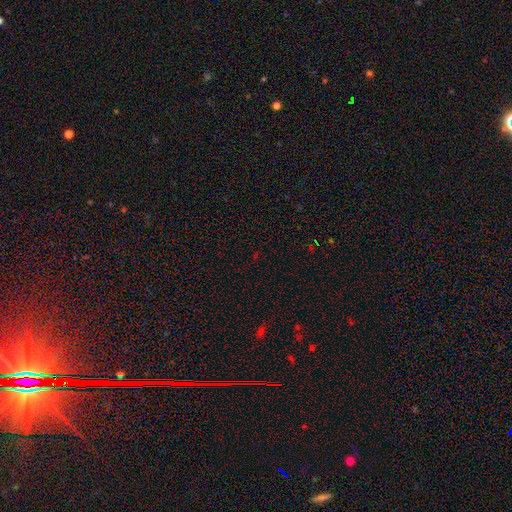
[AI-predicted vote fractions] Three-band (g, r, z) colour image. It shows a star or artifact, not a galaxy (70%).